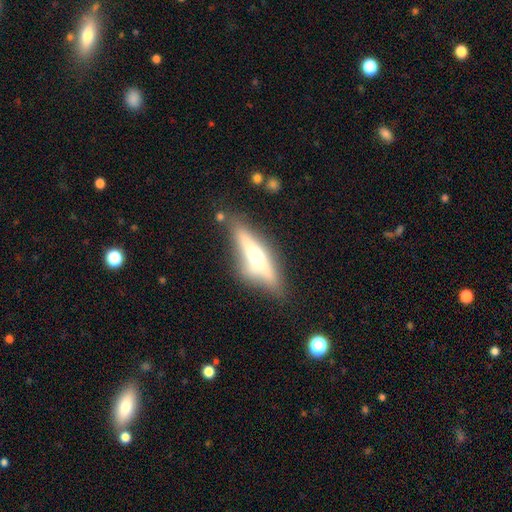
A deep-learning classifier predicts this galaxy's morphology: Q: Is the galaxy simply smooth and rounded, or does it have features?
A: featured or disk — 65%.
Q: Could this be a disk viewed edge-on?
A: yes — 88%.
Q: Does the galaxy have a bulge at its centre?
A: rounded — 89%.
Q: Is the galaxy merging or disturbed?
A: none — 71%.